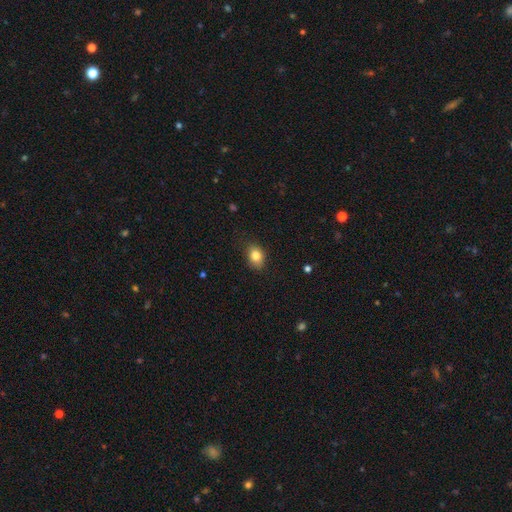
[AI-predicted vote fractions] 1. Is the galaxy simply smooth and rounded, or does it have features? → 83% smooth, 10% star or artifact, 8% featured or disk.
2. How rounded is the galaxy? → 64% in between, 35% round, 1% cigar-shaped.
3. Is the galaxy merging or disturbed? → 77% none, 18% minor disturbance, 4% major disturbance, 1% merger.